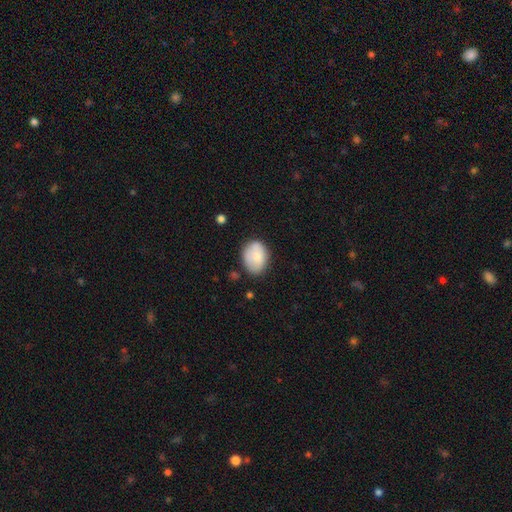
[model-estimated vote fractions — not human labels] Smooth or featured: smooth — 78% (featured or disk — 15%)
How rounded: in between — 70% (round — 29%)
Merging: none — 68% (minor disturbance — 23%)